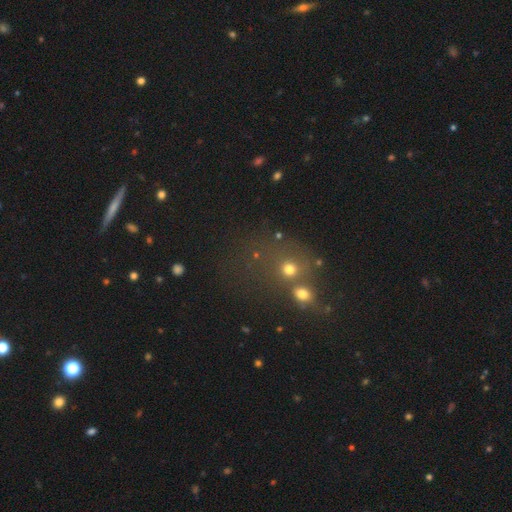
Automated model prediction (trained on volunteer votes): Smooth or featured? Predicted: smooth (p=0.45). Merging? Predicted: merger (p=0.51).